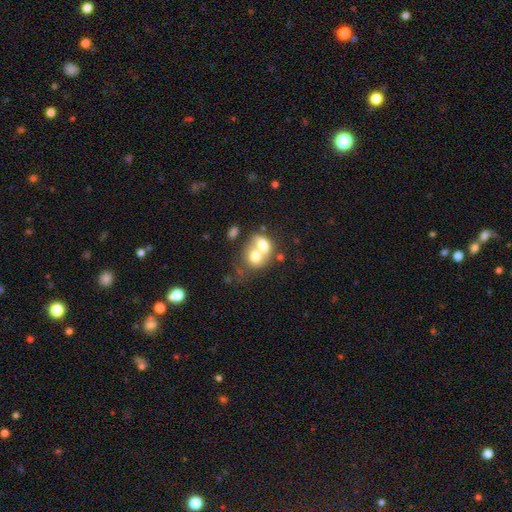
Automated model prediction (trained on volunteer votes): The model was most divided on "how rounded": in between: 53%, round: 46%, cigar-shaped: 1%. More confident: merging — merger (72%); smooth or featured — smooth (67%).